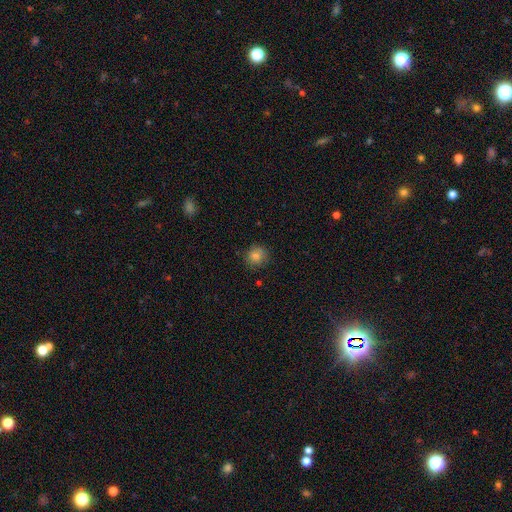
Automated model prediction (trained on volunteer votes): Smooth or featured: smooth — 81% (star or artifact — 13%)
How rounded: round — 89% (in between — 10%)
Merging: none — 85% (minor disturbance — 11%)